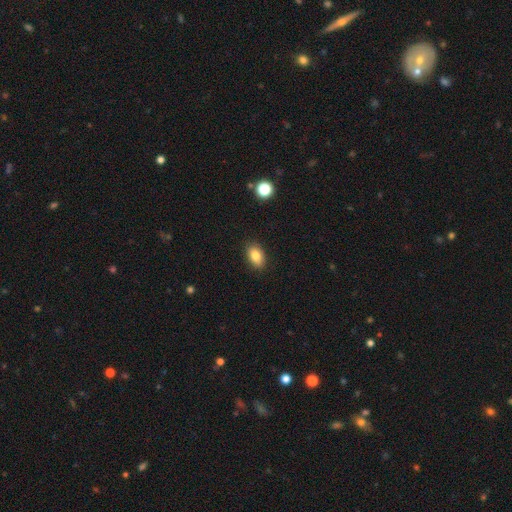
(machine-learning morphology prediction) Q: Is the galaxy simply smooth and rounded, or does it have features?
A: smooth — 83%.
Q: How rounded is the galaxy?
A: in between — 87%.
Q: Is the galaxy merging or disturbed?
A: none — 88%.